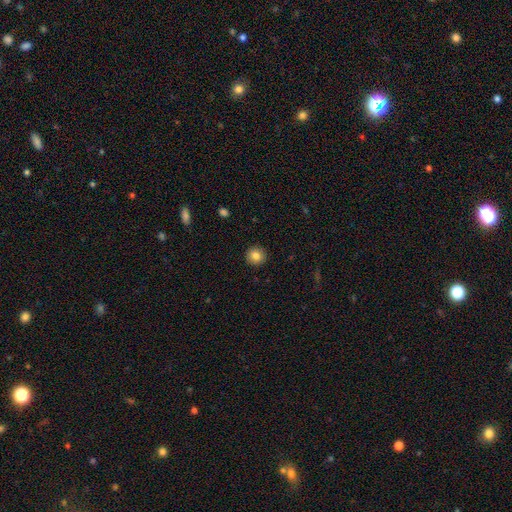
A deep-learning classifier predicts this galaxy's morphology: Smooth or featured? smooth (83%)
How rounded? round (94%)
Merging? none (92%)